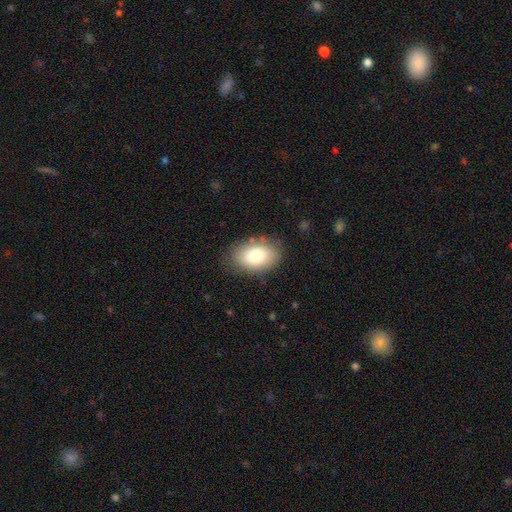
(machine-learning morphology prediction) type=smooth (80%); roundness=in between (87%); merging=none (81%).